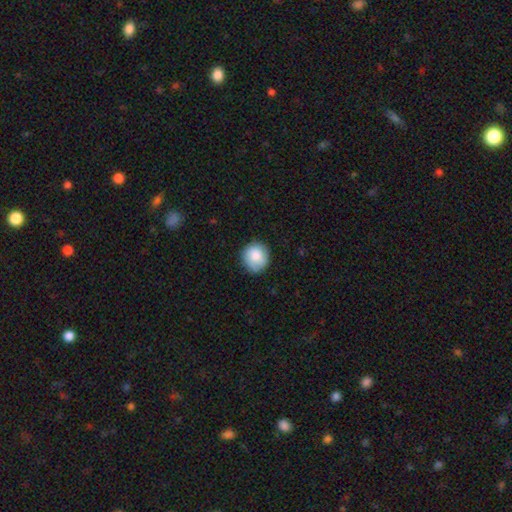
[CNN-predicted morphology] type=smooth (84%); roundness=round (86%); merging=none (82%).